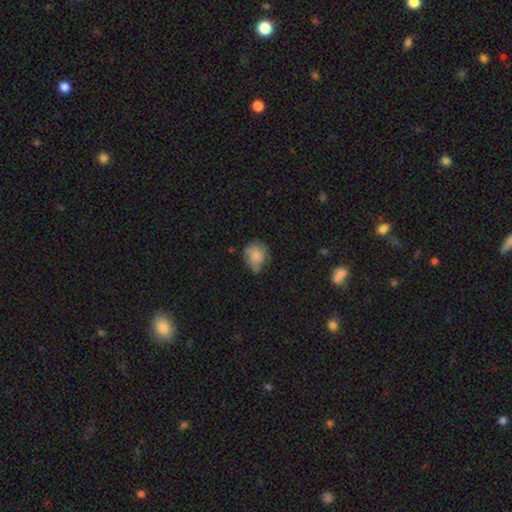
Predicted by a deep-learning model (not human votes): Morphology: type=smooth (71%); roundness=round (66%); merging=none (53%).